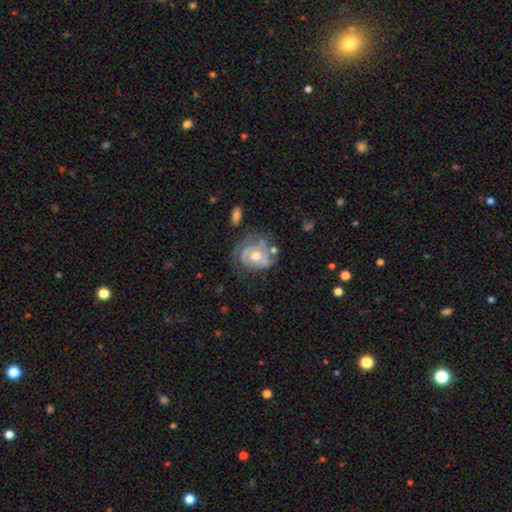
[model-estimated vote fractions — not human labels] A featured or disk galaxy (79%) with no bar (77%), 2 (34%) tight (65%) spiral arms (87%) and a moderate central bulge (76%). Merging: none (52%).